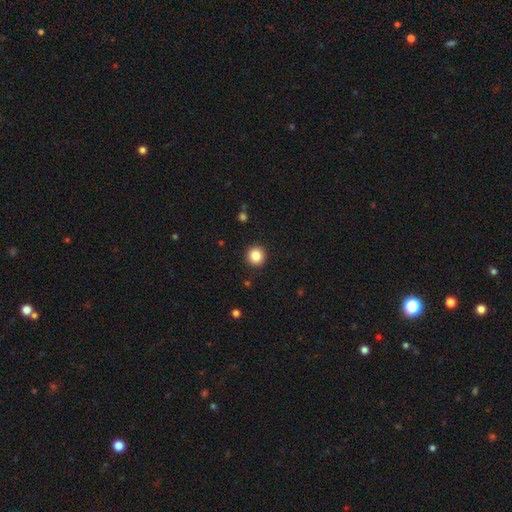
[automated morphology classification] Q: Smooth or featured?
A: smooth (85%); runner-up: star or artifact (10%)
Q: How rounded?
A: round (94%); runner-up: in between (5%)
Q: Merging?
A: none (92%); runner-up: minor disturbance (5%)